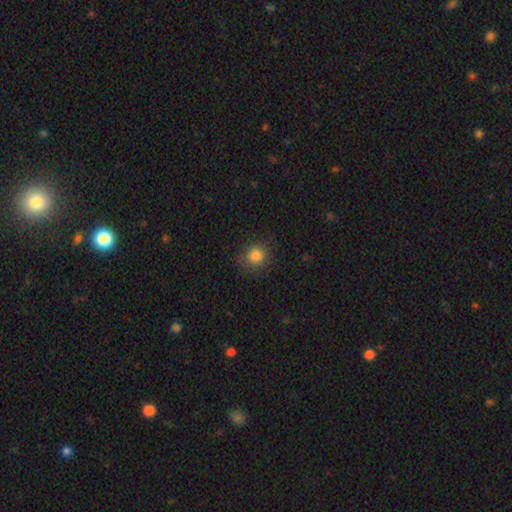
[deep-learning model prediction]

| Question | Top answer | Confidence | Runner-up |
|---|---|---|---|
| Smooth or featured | smooth | 84% | star or artifact (11%) |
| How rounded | round | 85% | in between (14%) |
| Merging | none | 85% | minor disturbance (11%) |